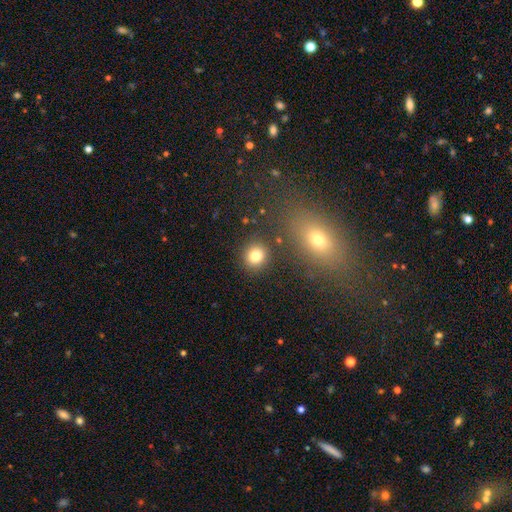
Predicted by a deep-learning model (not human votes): The model was most divided on "how rounded": round: 82%, in between: 17%, cigar-shaped: 1%. More confident: merging — none (84%); smooth or featured — smooth (82%).